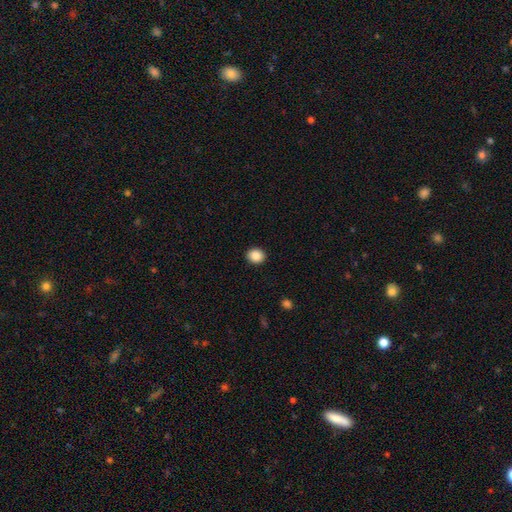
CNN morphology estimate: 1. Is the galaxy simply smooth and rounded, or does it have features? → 88% smooth, 9% star or artifact, 3% featured or disk.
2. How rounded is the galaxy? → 68% round, 31% in between, 1% cigar-shaped.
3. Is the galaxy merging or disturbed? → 92% none, 6% minor disturbance, 2% major disturbance, 1% merger.